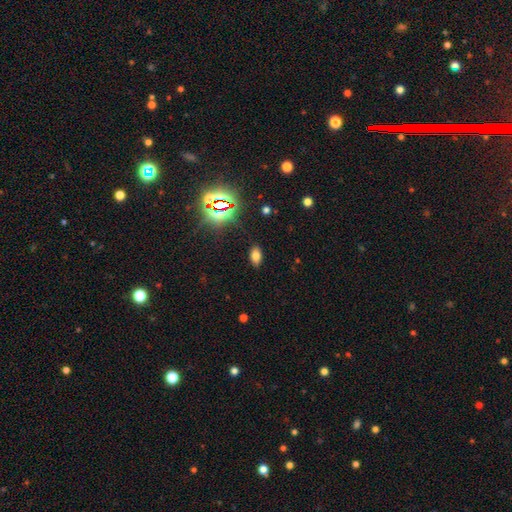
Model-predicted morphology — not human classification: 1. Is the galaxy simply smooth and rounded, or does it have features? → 69% smooth, 22% star or artifact, 8% featured or disk.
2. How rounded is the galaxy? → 90% in between, 7% round, 3% cigar-shaped.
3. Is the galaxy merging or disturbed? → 87% none, 9% minor disturbance, 3% major disturbance, 1% merger.